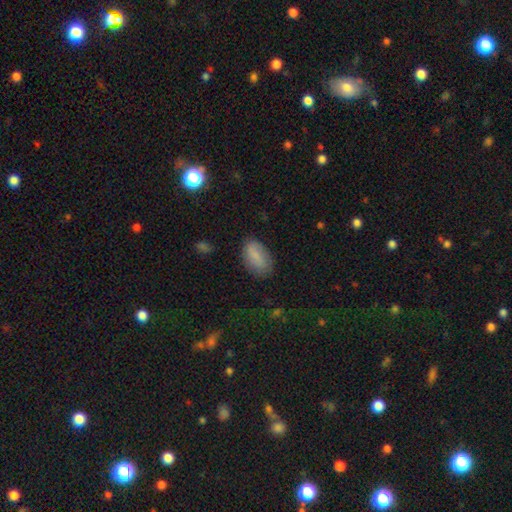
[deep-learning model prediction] smooth 82%, featured or disk 11%, star or artifact 7%. Down the decision tree: how rounded — in between (93%); merging — none (76%).